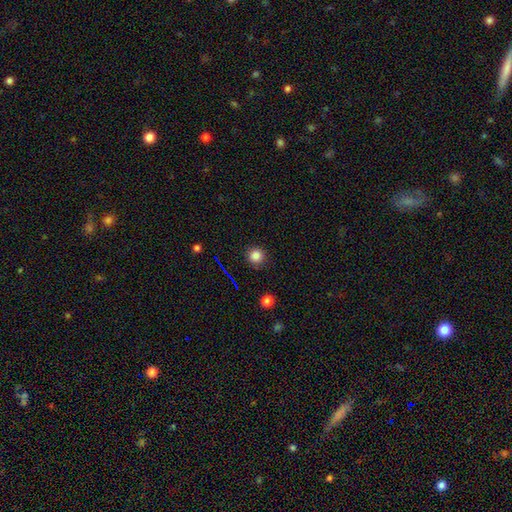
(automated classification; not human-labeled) This appears to be a smooth galaxy with no disk features (82%) that is round (94%). Merging: none (91%).